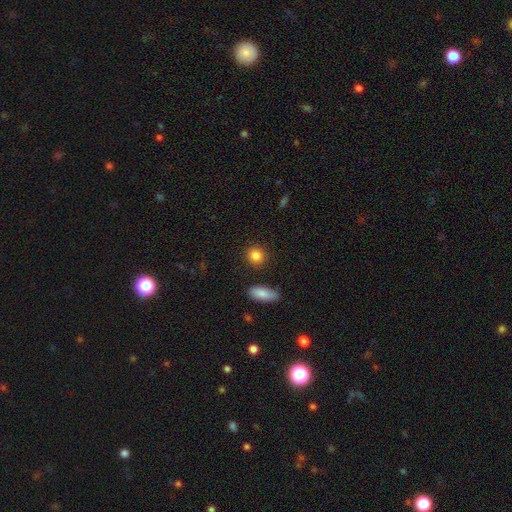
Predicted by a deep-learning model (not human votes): Q: Smooth or featured?
A: smooth (87%); runner-up: star or artifact (8%)
Q: How rounded?
A: round (80%); runner-up: in between (18%)
Q: Merging?
A: none (88%); runner-up: minor disturbance (7%)